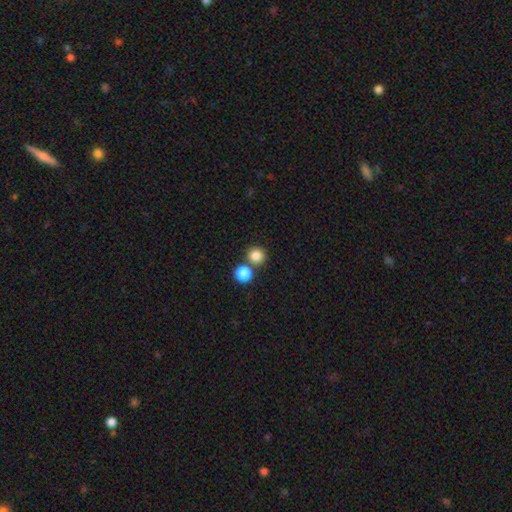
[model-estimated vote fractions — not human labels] Smooth or featured: smooth — 83% (star or artifact — 12%)
How rounded: round — 92% (in between — 7%)
Merging: none — 72% (merger — 19%)